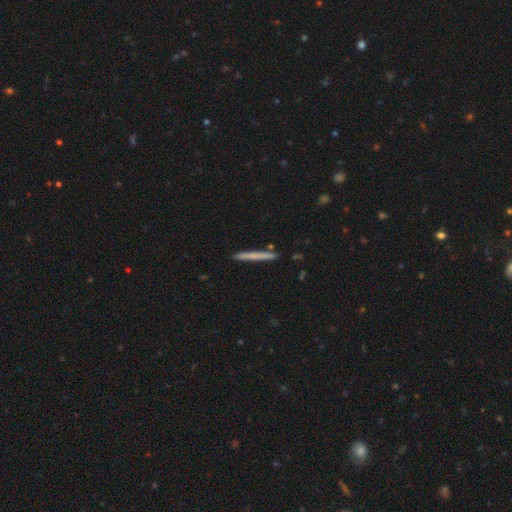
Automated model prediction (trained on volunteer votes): smooth_or_featured: smooth (p=0.61) [alt: featured or disk p=0.33]
how_rounded: cigar-shaped (p=0.97) [alt: in between p=0.02]
merging: none (p=0.89) [alt: minor disturbance p=0.07]